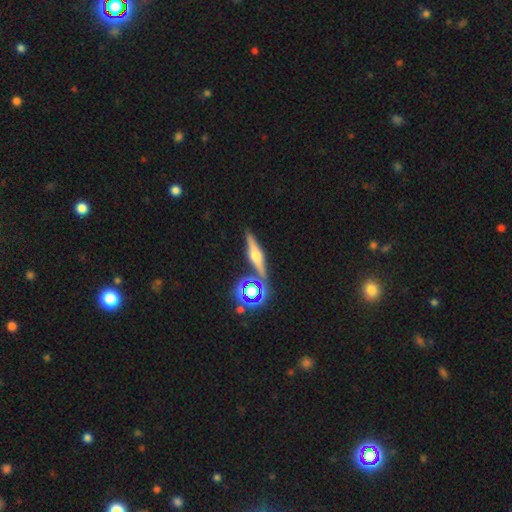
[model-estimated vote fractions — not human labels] Morphology: type=featured or disk (68%); edge-on=yes (95%); edge-on bulge=rounded (92%); merging=none (83%).